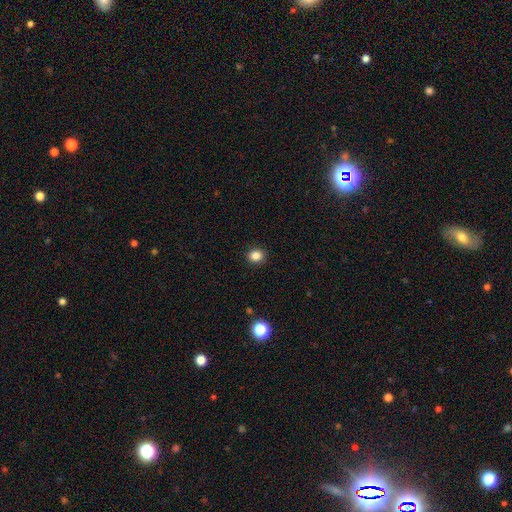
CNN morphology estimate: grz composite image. It shows a smooth galaxy with no disk features (85%) that is round (78%). Merging: none (91%).